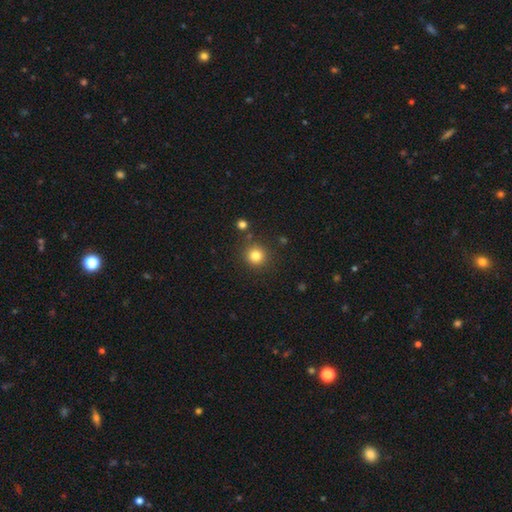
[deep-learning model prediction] smooth_or_featured: smooth (p=0.82) [alt: star or artifact p=0.13]
how_rounded: round (p=0.93) [alt: in between p=0.06]
merging: none (p=0.86) [alt: minor disturbance p=0.07]